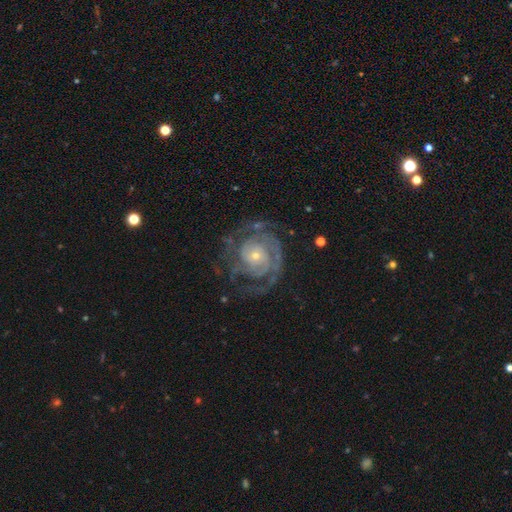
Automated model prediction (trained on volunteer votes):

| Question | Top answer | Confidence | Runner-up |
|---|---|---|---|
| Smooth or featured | featured or disk | 86% | smooth (8%) |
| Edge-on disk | no | 97% | yes (3%) |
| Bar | no | 76% | weak (18%) |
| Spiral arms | yes | 93% | no (7%) |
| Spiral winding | tight | 66% | medium (27%) |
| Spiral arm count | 2 | 31% | can't tell (30%) |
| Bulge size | small | 72% | moderate (23%) |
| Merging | none | 68% | minor disturbance (16%) |